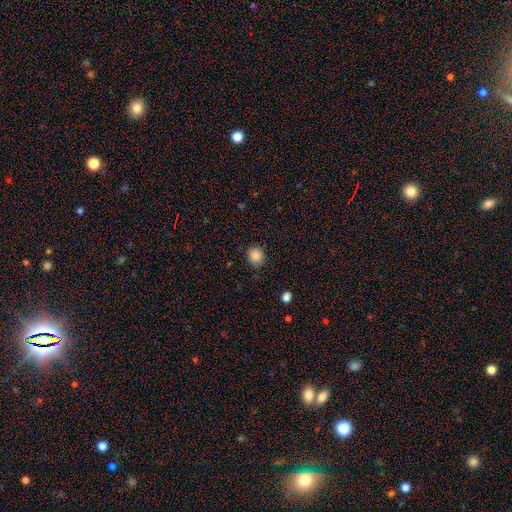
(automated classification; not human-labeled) A smooth galaxy with no disk features (87%) that is round (76%).

Vote fractions:
- Smooth or featured? smooth: 87% / star or artifact: 10% / featured or disk: 3%
- How rounded? round: 76% / in between: 23% / cigar-shaped: 1%
- Merging? none: 87% / minor disturbance: 9% / major disturbance: 2% / merger: 1%